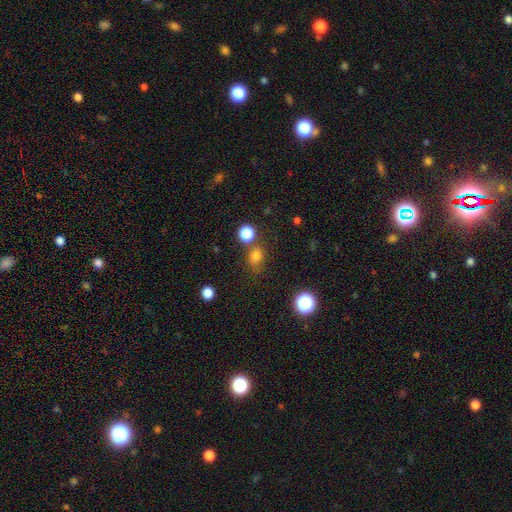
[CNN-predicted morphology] Smooth or featured? Predicted: smooth (p=0.78). How rounded? Predicted: round (p=0.65). Merging? Predicted: none (p=0.66).